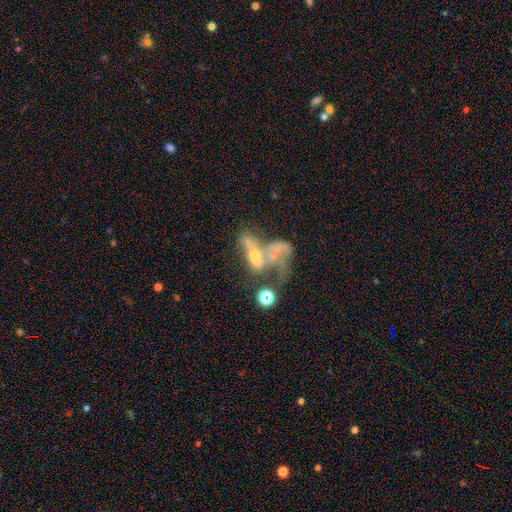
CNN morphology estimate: featured or disk 56%, smooth 29%, star or artifact 15%. Down the decision tree: edge-on disk — no (88%); merging — merger (55%).